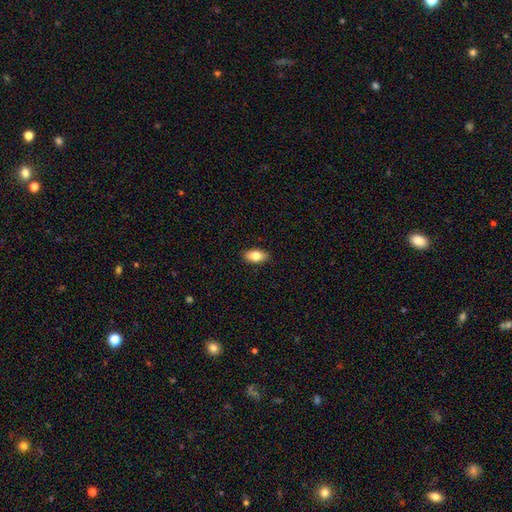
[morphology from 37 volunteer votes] Q: Smooth or featured?
A: smooth (84%); runner-up: featured or disk (16%)
Q: How rounded?
A: in between (87%); runner-up: round (6%)
Q: Merging?
A: none (84%); runner-up: minor disturbance (11%)